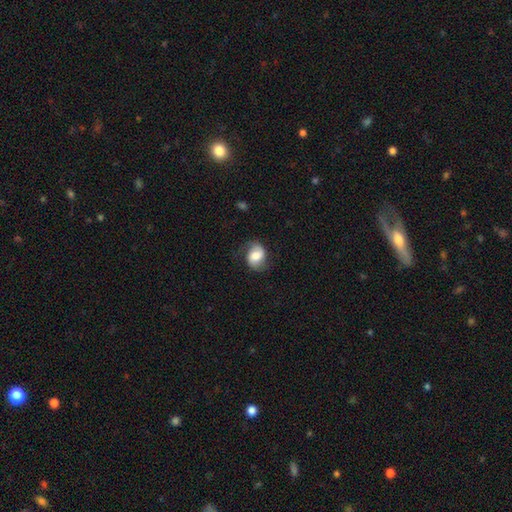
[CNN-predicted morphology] The model was most divided on "smooth or featured": smooth: 48%, featured or disk: 44%, star or artifact: 8%. More confident: merging — none (67%).